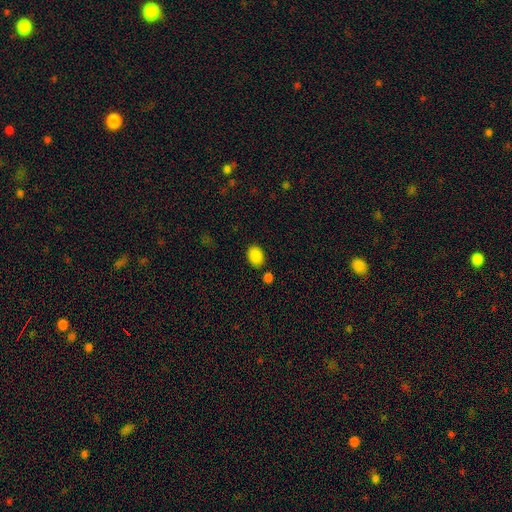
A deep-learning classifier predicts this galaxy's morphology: A smooth galaxy with no disk features (88%) that is in between round and cigar-shaped (73%). Merging: none (80%).